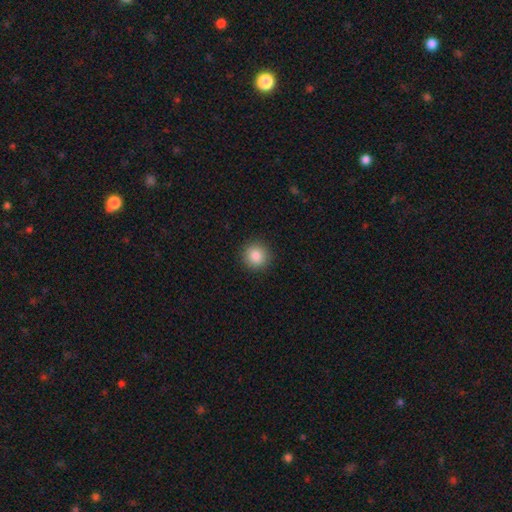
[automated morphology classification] smooth_or_featured: smooth (p=0.86) [alt: star or artifact p=0.09]
how_rounded: round (p=0.93) [alt: in between p=0.06]
merging: none (p=0.92) [alt: minor disturbance p=0.06]